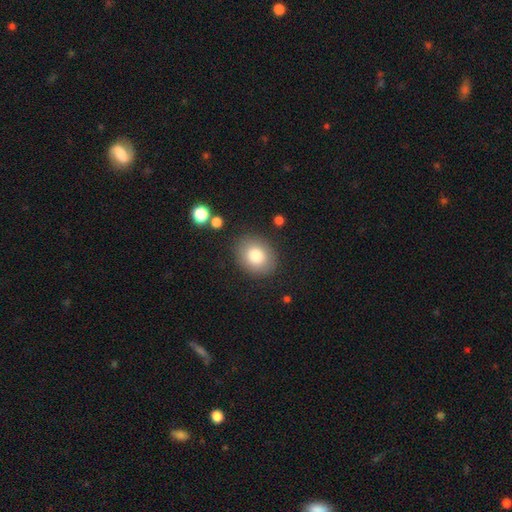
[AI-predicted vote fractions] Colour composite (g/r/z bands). It shows a smooth galaxy with no disk features (80%) that is round (53%). Merging: none (86%).